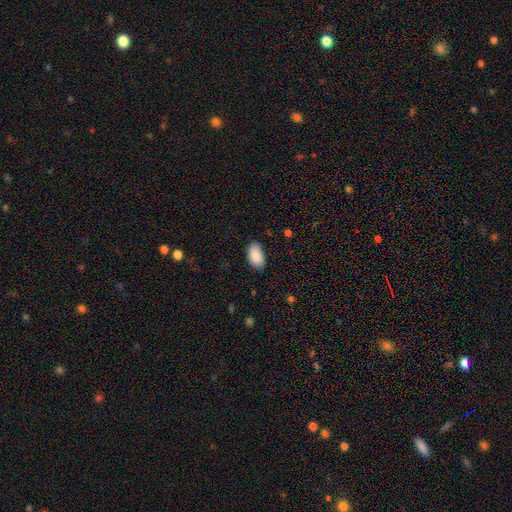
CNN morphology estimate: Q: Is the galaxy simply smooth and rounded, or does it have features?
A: smooth — 89%.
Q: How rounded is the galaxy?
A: in between — 95%.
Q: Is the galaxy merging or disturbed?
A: none — 80%.